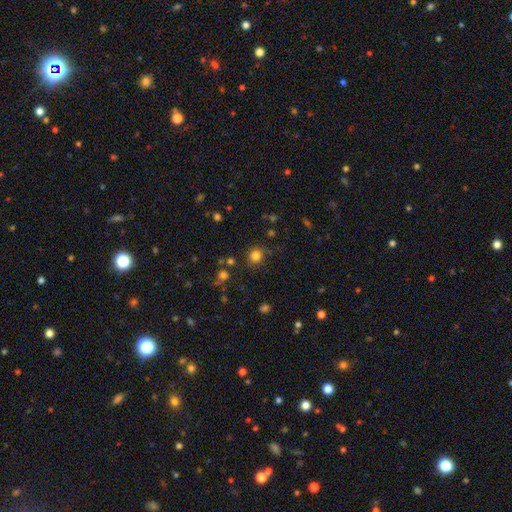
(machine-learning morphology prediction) This is likely a smooth galaxy (80%). How rounded: clearly round (88%). Merging: likely none (77%).